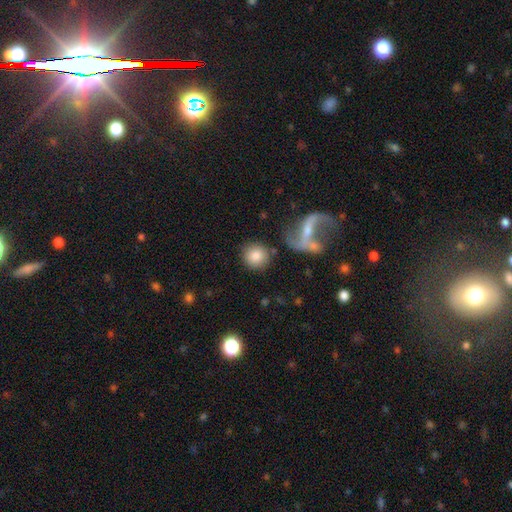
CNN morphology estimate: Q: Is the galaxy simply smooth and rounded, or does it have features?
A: smooth — 82%.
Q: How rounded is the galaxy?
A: round — 91%.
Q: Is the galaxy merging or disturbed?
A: none — 79%.